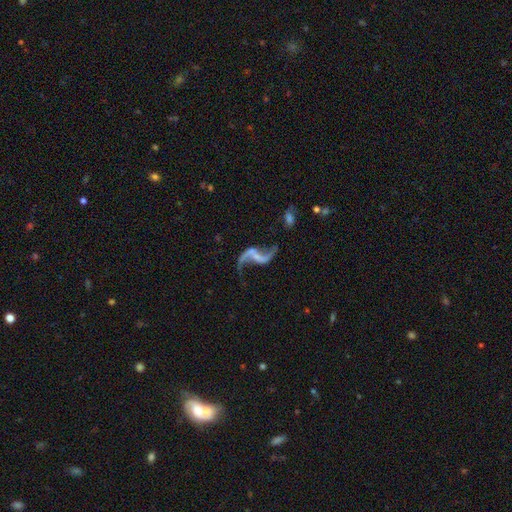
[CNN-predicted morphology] Smooth or featured? featured or disk (90%)
Edge-on disk? no (97%)
Bar? weak (39%)
Spiral arms? yes (94%)
Spiral winding? loose (93%)
Spiral arm count? 2 (92%)
Bulge size? none (52%)
Merging? none (61%)